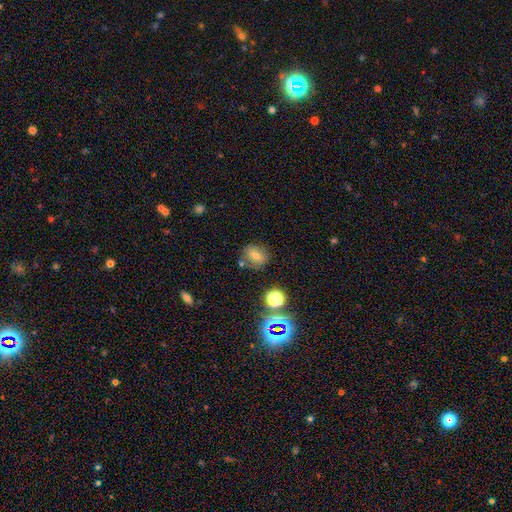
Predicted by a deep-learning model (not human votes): Smooth or featured? smooth (64%)
How rounded? round (64%)
Merging? none (74%)